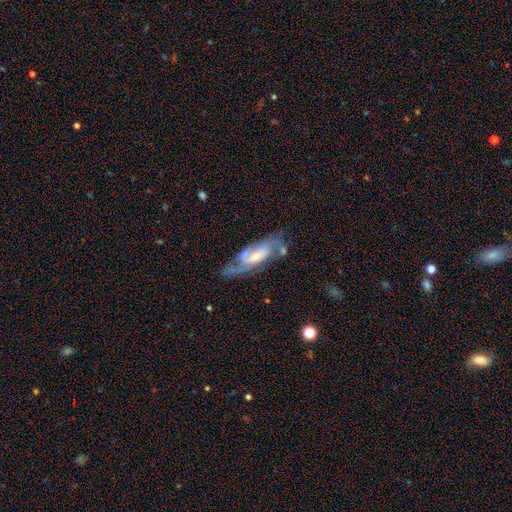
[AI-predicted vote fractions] Morphology: type=featured or disk (81%); edge-on=no (86%); bar=weak (43%); spiral arms=yes (93%); winding=tight (45%); arm count=2 (52%); bulge=small (48%); merging=none (63%).